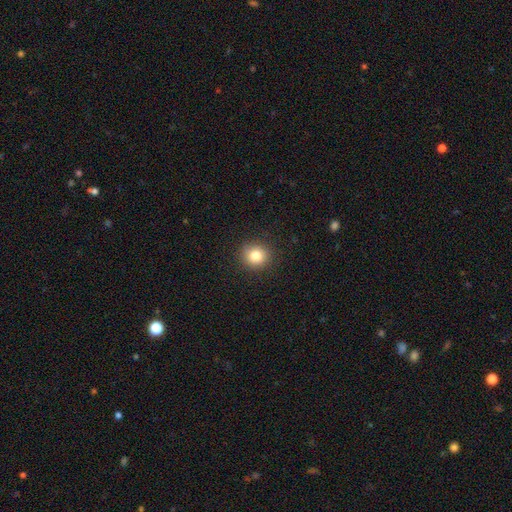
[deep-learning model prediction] Overall: smooth (82%). How rounded: round (90%). Merging: none (91%).